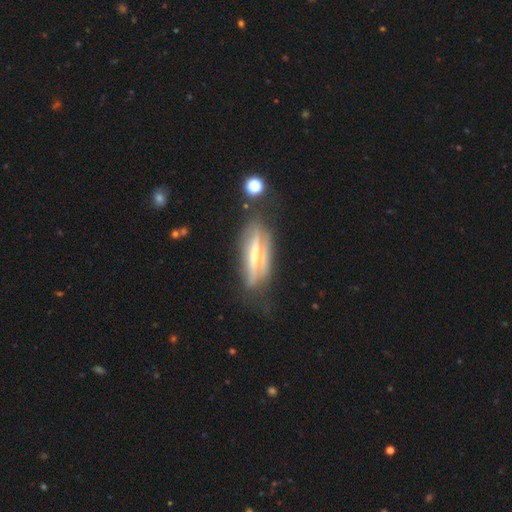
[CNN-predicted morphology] This appears to be a featured or disk galaxy (68%) viewed edge-on (81%) with a rounded central bulge (52%). Merging: none (58%).